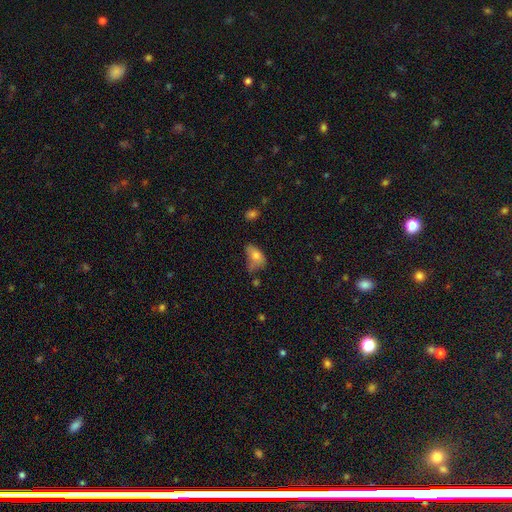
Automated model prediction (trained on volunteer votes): The model was most divided on "merging": minor disturbance: 34%, none: 28%, major disturbance: 27%, merger: 11%. More confident: how rounded — in between (86%); smooth or featured — smooth (71%).